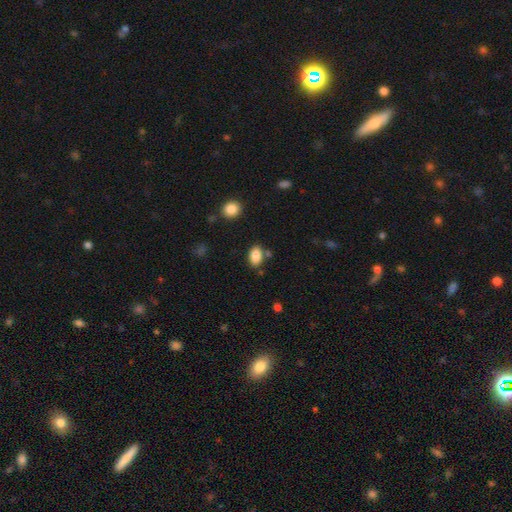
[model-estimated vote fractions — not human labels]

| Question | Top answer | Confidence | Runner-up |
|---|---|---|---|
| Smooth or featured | smooth | 87% | star or artifact (8%) |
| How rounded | in between | 88% | round (10%) |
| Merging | none | 76% | minor disturbance (13%) |